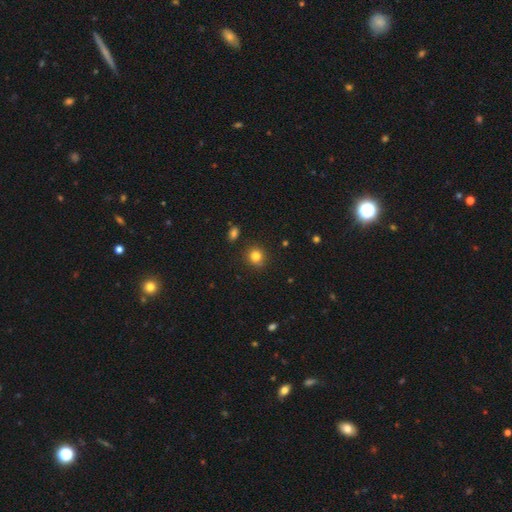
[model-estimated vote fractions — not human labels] smooth_or_featured: smooth (p=0.82) [alt: star or artifact p=0.12]
how_rounded: round (p=0.86) [alt: in between p=0.13]
merging: none (p=0.85) [alt: minor disturbance p=0.10]